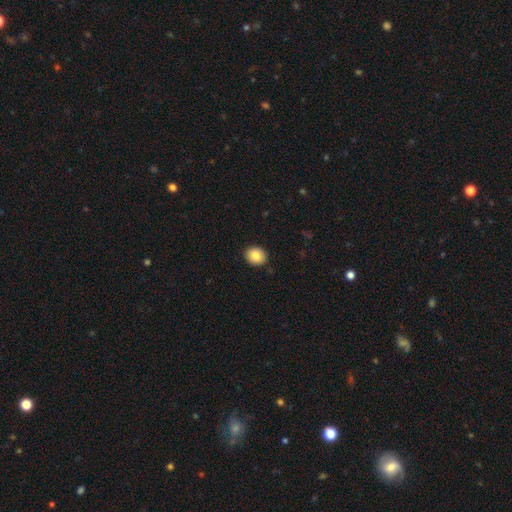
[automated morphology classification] This appears to be a smooth galaxy with no disk features (86%) that is round (67%). Merging: none (91%).